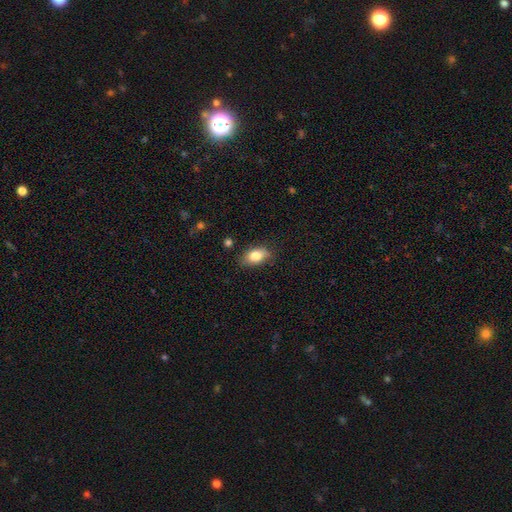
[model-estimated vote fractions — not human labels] smooth 81%, featured or disk 11%, star or artifact 8%. Down the decision tree: how rounded — in between (85%); merging — none (76%).